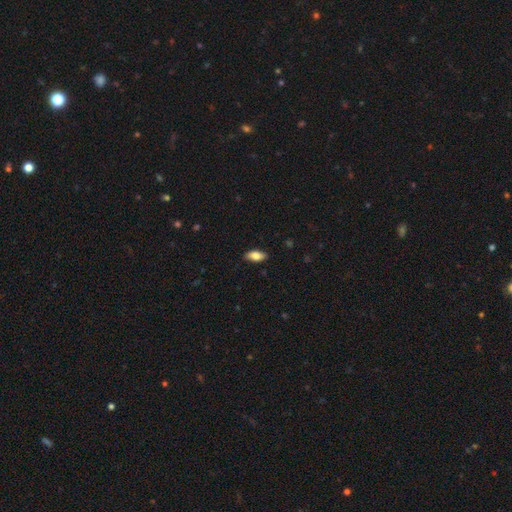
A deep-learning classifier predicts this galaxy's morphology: smooth-or-featured: smooth: 79% | featured or disk: 14% | star or artifact: 7%
  how-rounded: in between: 89% | cigar-shaped: 8% | round: 3%
  merging: none: 86% | minor disturbance: 11% | major disturbance: 2% | merger: 1%